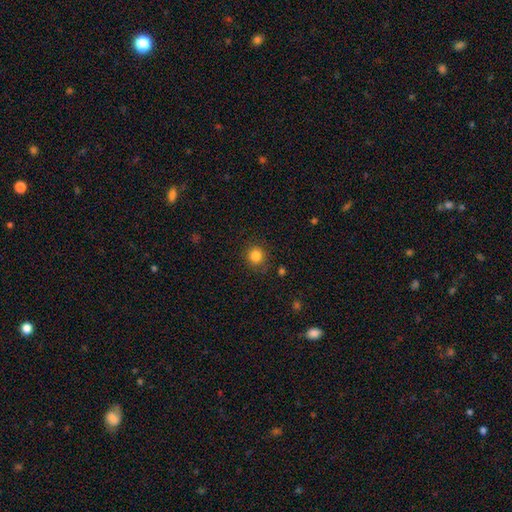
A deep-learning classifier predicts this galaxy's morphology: type=smooth (83%); roundness=round (91%); merging=none (86%).